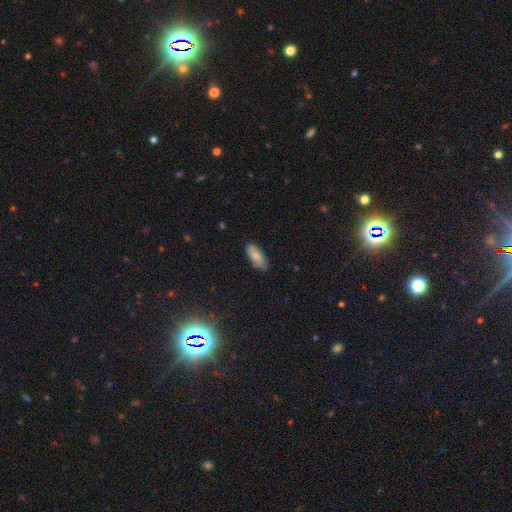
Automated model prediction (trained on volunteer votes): Smooth or featured? Predicted: smooth (p=0.83). How rounded? Predicted: in between (p=0.80). Merging? Predicted: none (p=0.83).